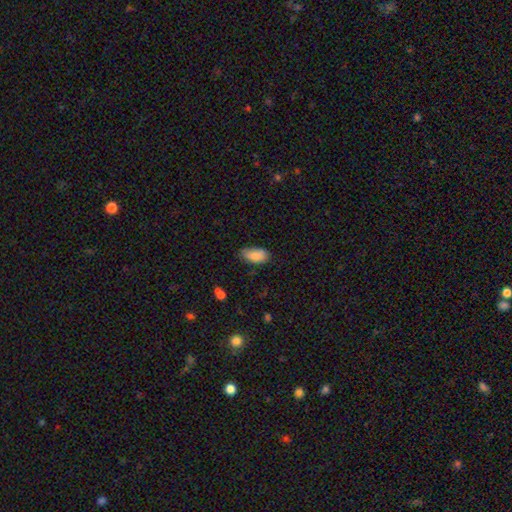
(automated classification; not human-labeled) A smooth galaxy with no disk features (86%) that is in between round and cigar-shaped (93%). Merging: none (63%).